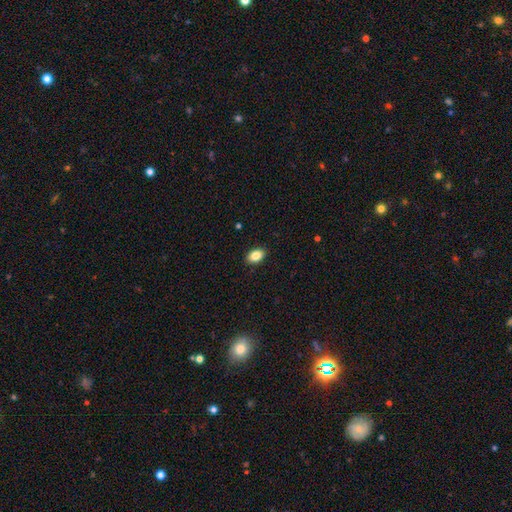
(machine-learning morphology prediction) type=smooth (86%); roundness=in between (88%); merging=none (90%).